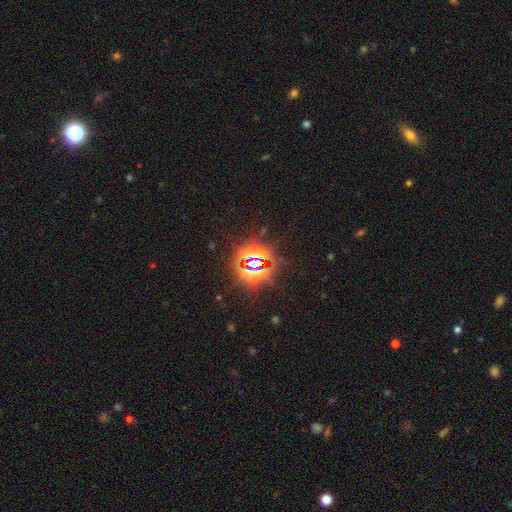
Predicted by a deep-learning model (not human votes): A star or artifact, not a galaxy (83%).

Vote fractions:
- Smooth or featured? star or artifact: 83% / smooth: 9% / featured or disk: 7%